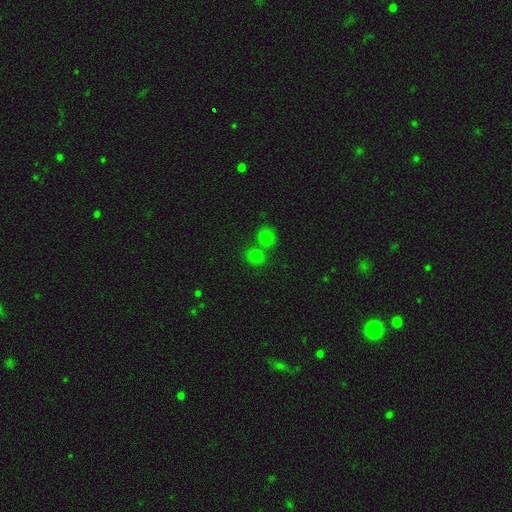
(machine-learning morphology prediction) The model was most divided on "merging": none: 51%, merger: 38%, minor disturbance: 7%, major disturbance: 3%. More confident: how rounded — round (75%); smooth or featured — smooth (69%).